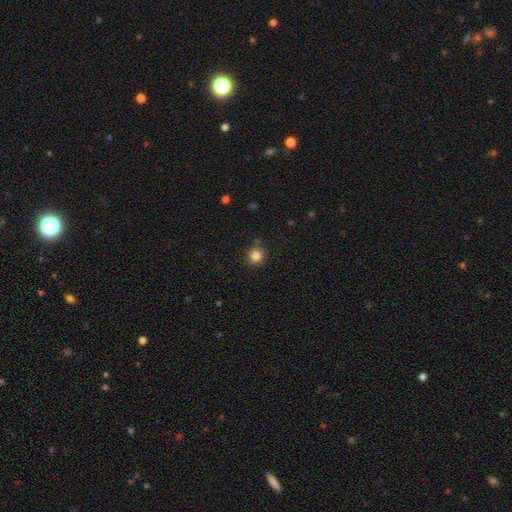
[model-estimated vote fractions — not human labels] smooth 84%, star or artifact 12%, featured or disk 5%. Down the decision tree: how rounded — round (93%); merging — none (88%).